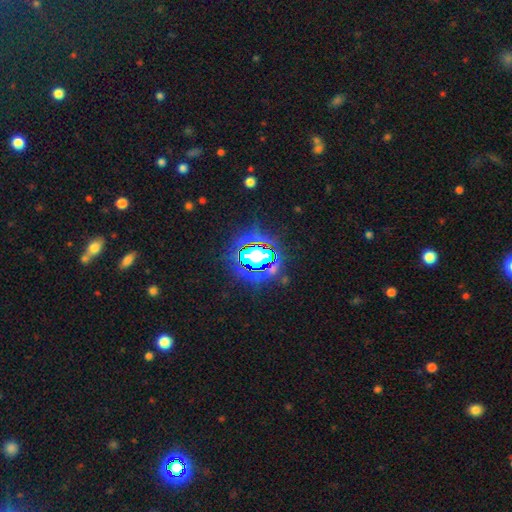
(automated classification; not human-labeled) Q: Smooth or featured?
A: star or artifact (69%); runner-up: smooth (19%)